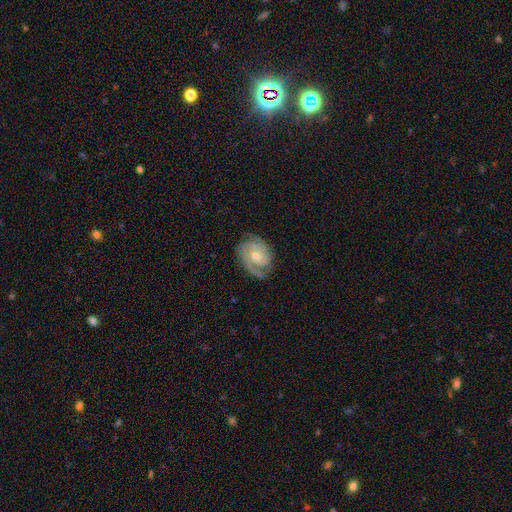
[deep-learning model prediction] featured or disk 86%, smooth 8%, star or artifact 6%. Down the decision tree: edge-on disk — no (97%); bar — no (66%); spiral arms — yes (97%); spiral arm count — 2 (57%); spiral winding — tight (56%); bulge size — moderate (50%); merging — none (76%).